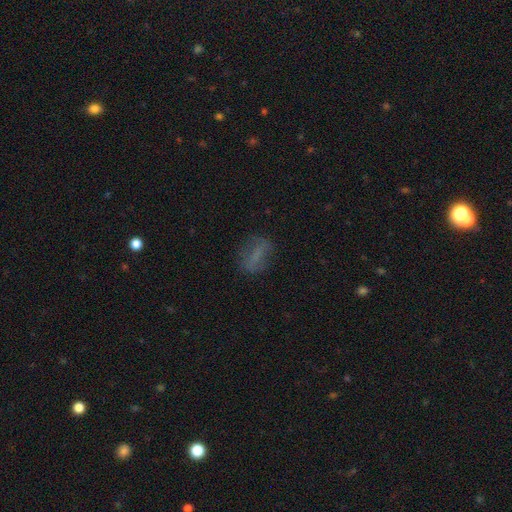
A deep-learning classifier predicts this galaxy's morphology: smooth 58%, featured or disk 27%, star or artifact 15%. Down the decision tree: how rounded — in between (68%); merging — none (70%).